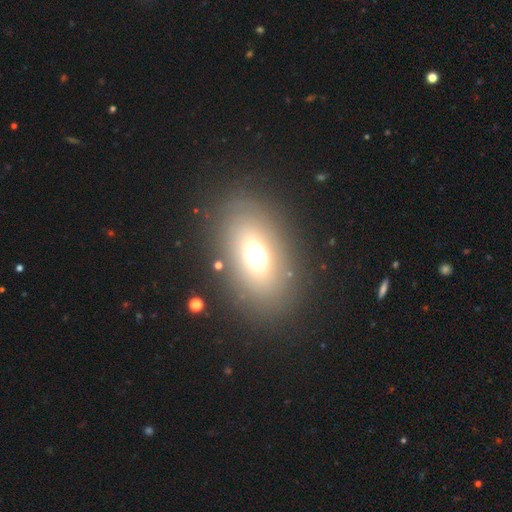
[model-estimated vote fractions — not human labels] Morphology: type=smooth (62%); roundness=in between (82%); merging=none (83%).